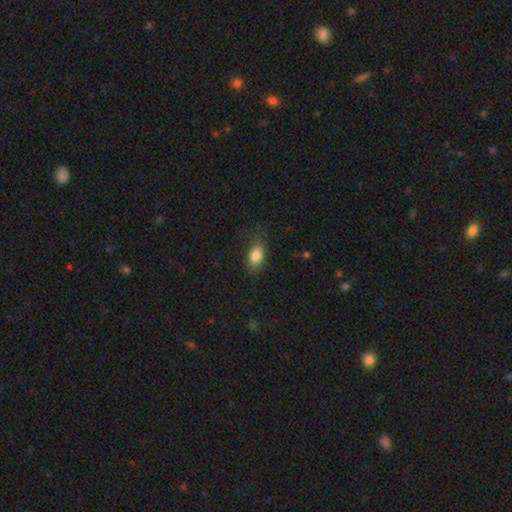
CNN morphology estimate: smooth 82%, featured or disk 10%, star or artifact 9%. Down the decision tree: how rounded — in between (82%); merging — none (70%).